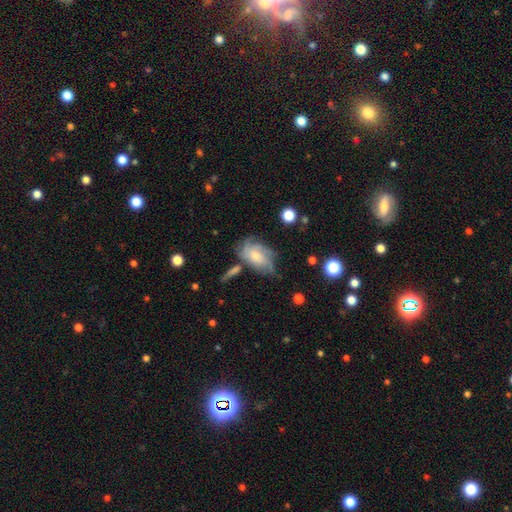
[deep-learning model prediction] This appears to be a featured or disk galaxy (61%) with no bar (74%), spiral arms (83%) and a small central bulge (45%). Merging: none (50%).